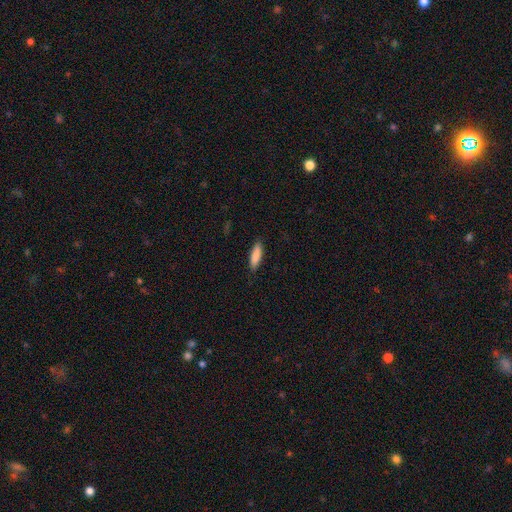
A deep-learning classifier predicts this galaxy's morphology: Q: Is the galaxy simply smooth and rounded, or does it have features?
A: smooth — 86%.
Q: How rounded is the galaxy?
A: cigar-shaped — 69%.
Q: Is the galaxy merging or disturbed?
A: none — 86%.